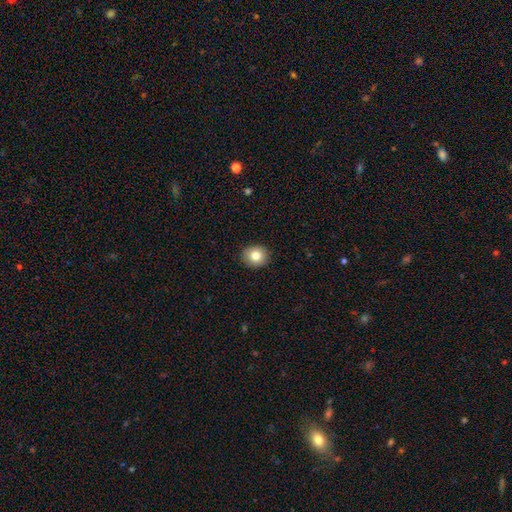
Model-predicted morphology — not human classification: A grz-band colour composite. It shows a smooth galaxy with no disk features (80%) that is round (77%). Merging: none (91%).